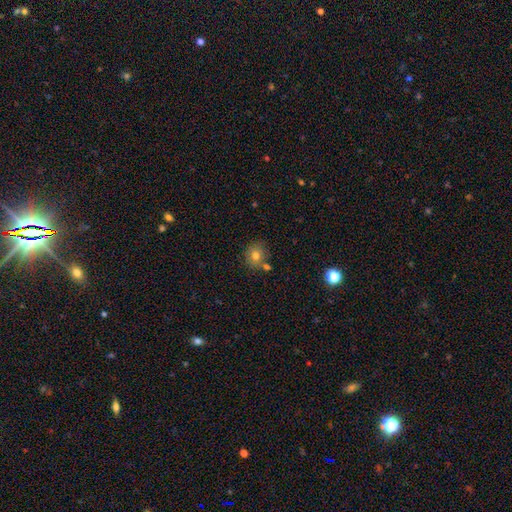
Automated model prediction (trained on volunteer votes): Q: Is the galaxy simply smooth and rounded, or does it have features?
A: smooth — 77%.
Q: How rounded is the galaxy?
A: round — 83%.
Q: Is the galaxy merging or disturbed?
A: none — 70%.